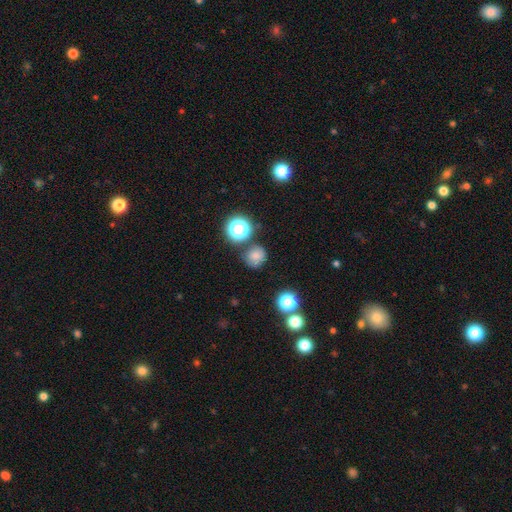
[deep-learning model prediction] Q: Smooth or featured?
A: smooth (75%); runner-up: star or artifact (17%)
Q: How rounded?
A: round (86%); runner-up: in between (13%)
Q: Merging?
A: none (75%); runner-up: minor disturbance (14%)